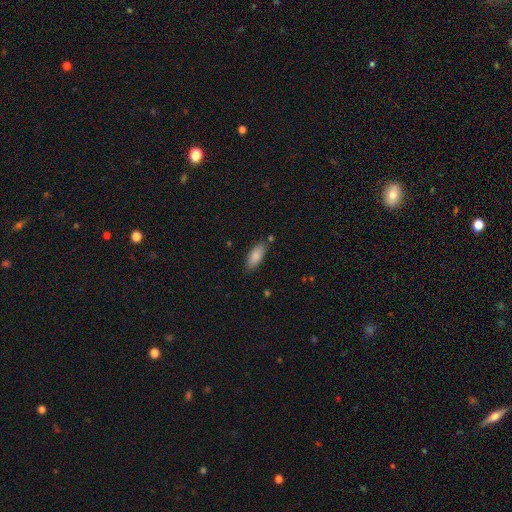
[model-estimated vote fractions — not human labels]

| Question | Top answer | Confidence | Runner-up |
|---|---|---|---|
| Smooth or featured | smooth | 86% | featured or disk (8%) |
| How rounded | in between | 75% | cigar-shaped (23%) |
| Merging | none | 79% | minor disturbance (14%) |